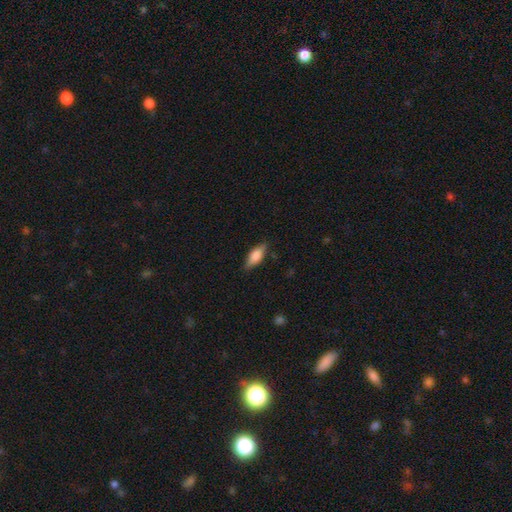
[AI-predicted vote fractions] Smooth or featured? Predicted: smooth (p=0.77). How rounded? Predicted: in between (p=0.74). Merging? Predicted: none (p=0.81).